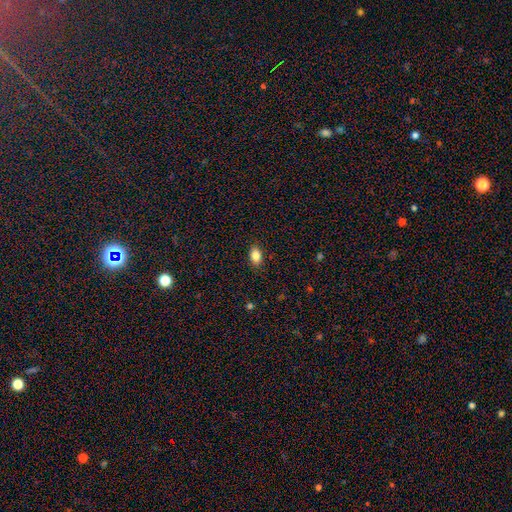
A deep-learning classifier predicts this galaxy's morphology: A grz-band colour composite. It shows a smooth galaxy with no disk features (85%) that is in between round and cigar-shaped (86%). Merging: none (88%).